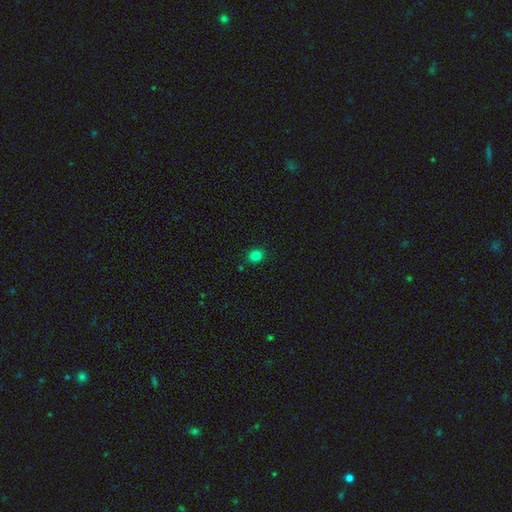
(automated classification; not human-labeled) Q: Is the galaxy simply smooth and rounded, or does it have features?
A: smooth — 81%.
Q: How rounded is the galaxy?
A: round — 63%.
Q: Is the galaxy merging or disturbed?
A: none — 87%.